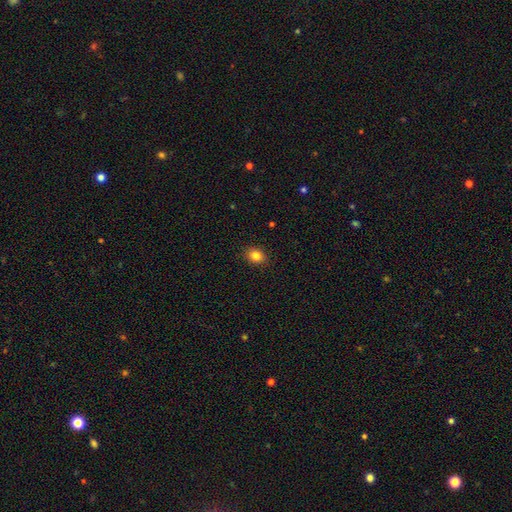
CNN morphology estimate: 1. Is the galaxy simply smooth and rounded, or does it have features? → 85% smooth, 10% star or artifact, 5% featured or disk.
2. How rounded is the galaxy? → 57% in between, 42% round, 1% cigar-shaped.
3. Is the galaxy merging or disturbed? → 89% none, 8% minor disturbance, 2% major disturbance, 1% merger.